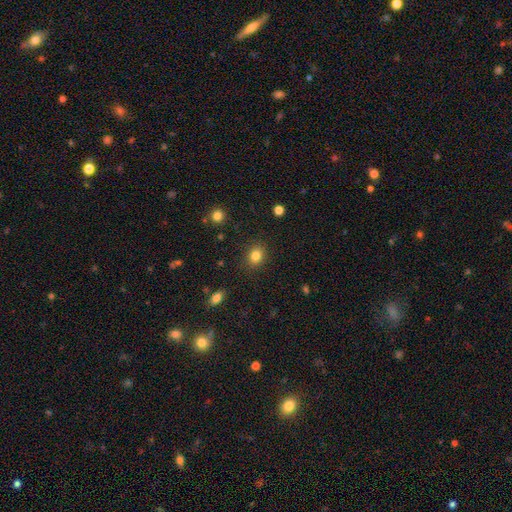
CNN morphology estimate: Smooth or featured? Predicted: smooth (p=0.83). How rounded? Predicted: round (p=0.57). Merging? Predicted: none (p=0.88).